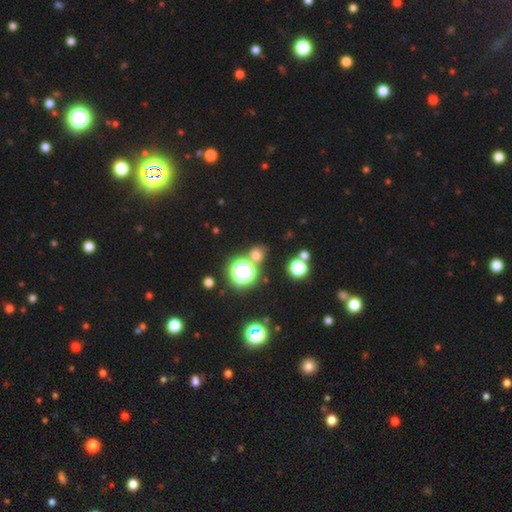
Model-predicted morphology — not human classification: Overall: smooth (58%; star or artifact 34%). How rounded: round (78%). Merging: none (69%).